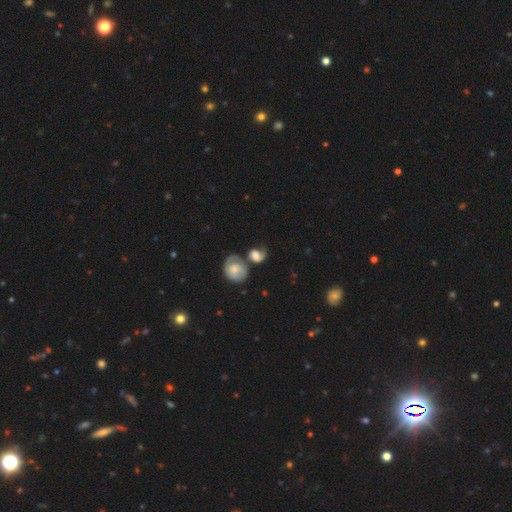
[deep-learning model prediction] This appears to be a smooth galaxy with no disk features (53%) that is round (57%). Merging: merger (34%).